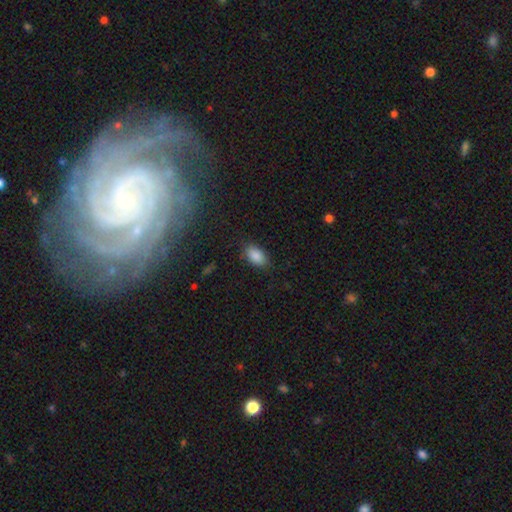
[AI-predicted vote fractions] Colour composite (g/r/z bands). It shows a smooth galaxy with no disk features (87%) that is in between round and cigar-shaped (92%). Merging: none (81%).